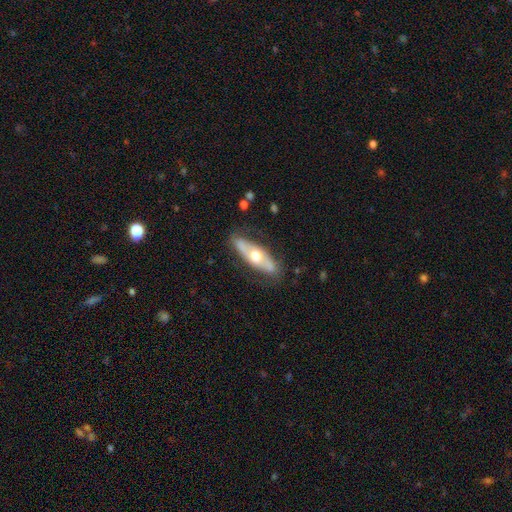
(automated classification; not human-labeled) smooth-or-featured: featured or disk: 53% | smooth: 42% | star or artifact: 5%
  disk-edge-on: no: 60% | yes: 40%
  merging: none: 76% | minor disturbance: 17% | major disturbance: 5% | merger: 2%